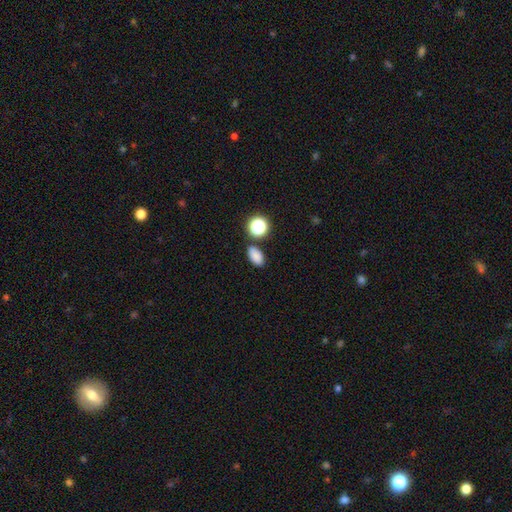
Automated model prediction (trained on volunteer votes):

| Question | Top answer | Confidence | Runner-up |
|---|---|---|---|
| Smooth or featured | smooth | 82% | star or artifact (13%) |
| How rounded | in between | 86% | round (12%) |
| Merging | none | 78% | minor disturbance (11%) |